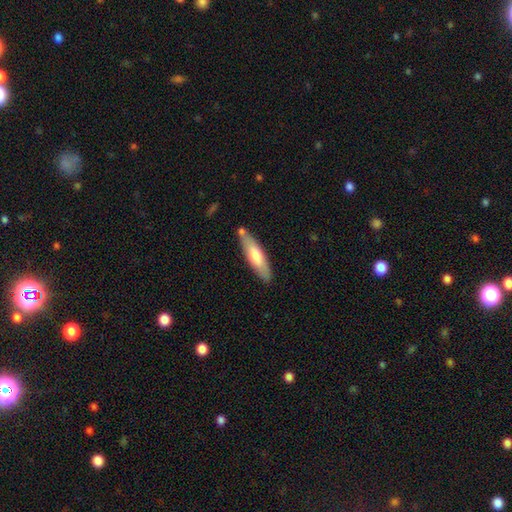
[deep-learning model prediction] smooth 63%, featured or disk 31%, star or artifact 5%. Down the decision tree: how rounded — cigar-shaped (71%); merging — none (77%).